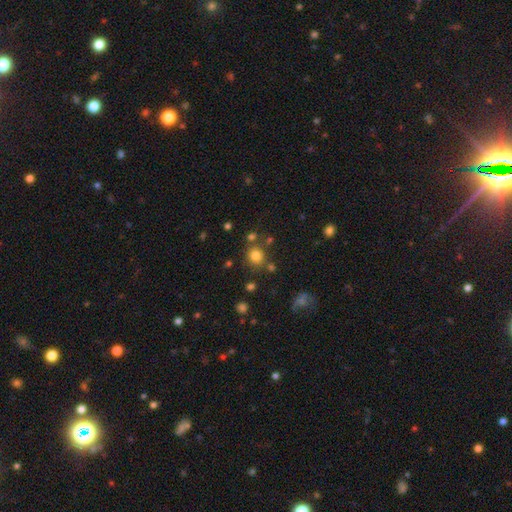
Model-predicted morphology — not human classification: smooth-or-featured: smooth: 78% | star or artifact: 15% | featured or disk: 7%
  how-rounded: round: 84% | in between: 15% | cigar-shaped: 1%
  merging: none: 76% | minor disturbance: 10% | merger: 10% | major disturbance: 4%